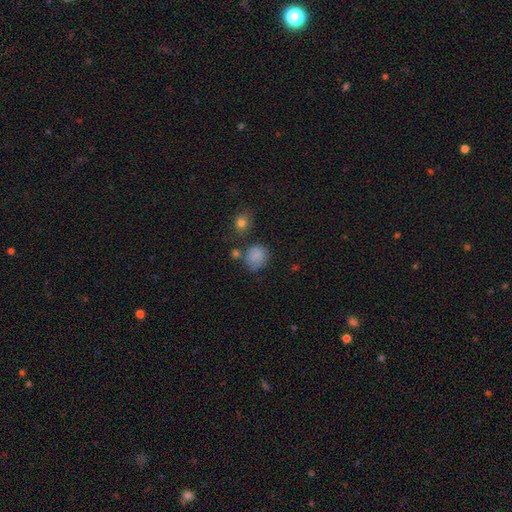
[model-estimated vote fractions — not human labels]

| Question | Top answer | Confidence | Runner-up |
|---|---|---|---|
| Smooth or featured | smooth | 83% | star or artifact (11%) |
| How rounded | round | 69% | in between (30%) |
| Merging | none | 62% | minor disturbance (21%) |